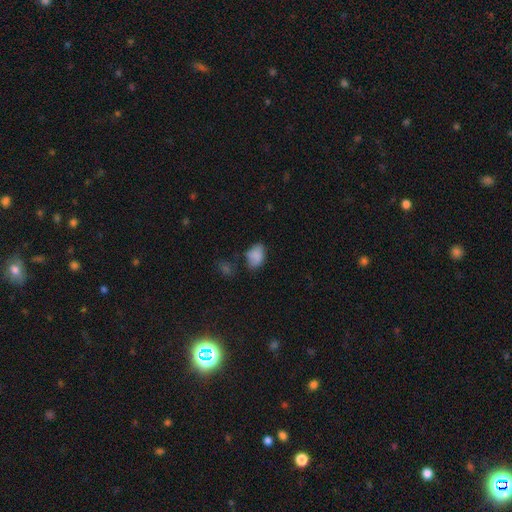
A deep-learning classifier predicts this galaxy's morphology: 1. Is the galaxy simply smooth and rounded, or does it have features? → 84% smooth, 9% star or artifact, 6% featured or disk.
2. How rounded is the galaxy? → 82% in between, 17% round, 1% cigar-shaped.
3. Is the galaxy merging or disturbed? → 60% none, 27% minor disturbance, 7% major disturbance, 6% merger.